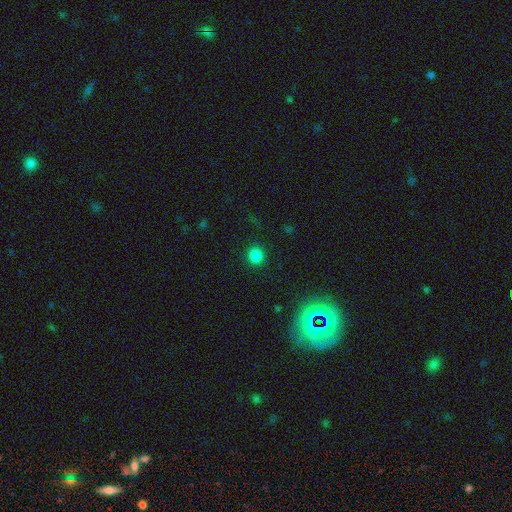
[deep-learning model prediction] Morphology: type=smooth (82%); roundness=round (89%); merging=none (90%).